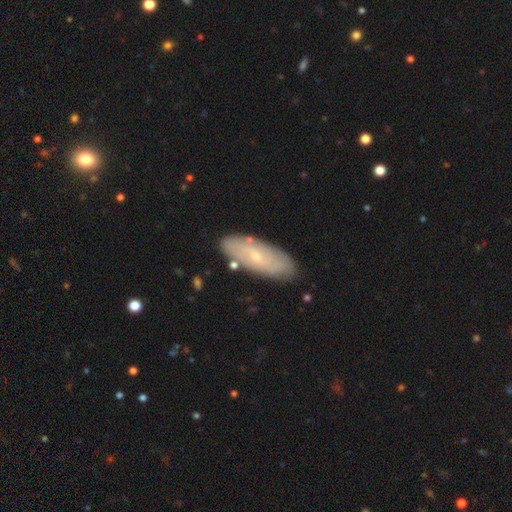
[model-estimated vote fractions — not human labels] Smooth or featured: featured or disk — 50% (smooth — 43%)
Edge-on disk: no — 81% (yes — 19%)
Merging: none — 84% (minor disturbance — 12%)